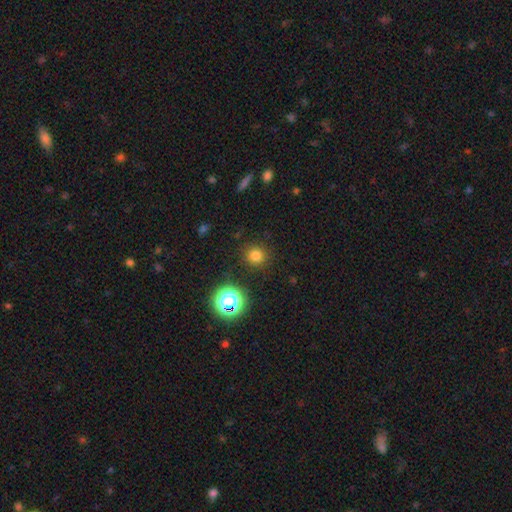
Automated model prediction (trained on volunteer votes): A smooth galaxy with no disk features (76%) that is round (92%). Merging: none (88%).